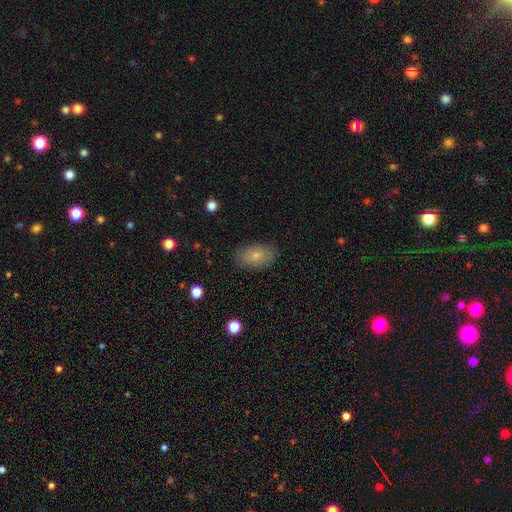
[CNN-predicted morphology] A smooth galaxy with no disk features (77%) that is in between round and cigar-shaped (91%). Merging: none (85%).